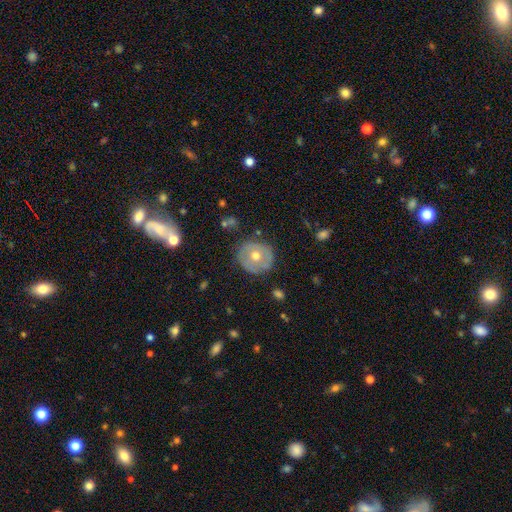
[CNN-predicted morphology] type=smooth (48%); merging=none (82%).